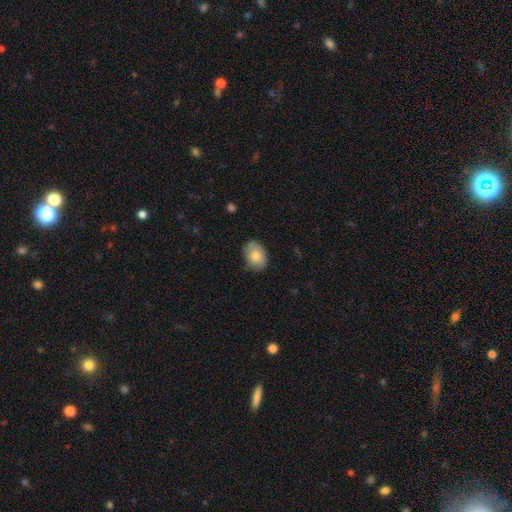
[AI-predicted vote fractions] smooth 79%, featured or disk 13%, star or artifact 7%. Down the decision tree: how rounded — in between (73%); merging — none (79%).